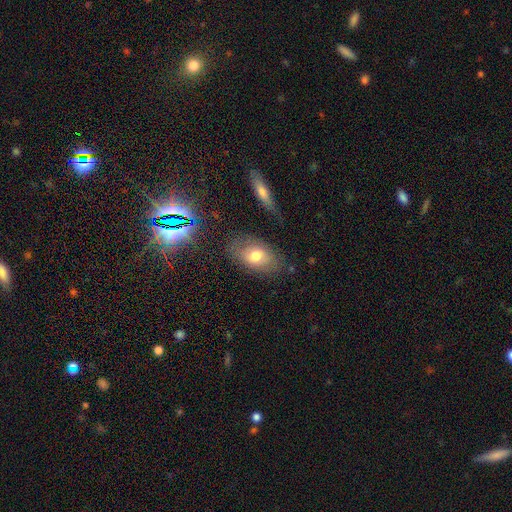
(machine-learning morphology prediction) Overall: smooth (70%). How rounded: in between (88%). Merging: none (73%).